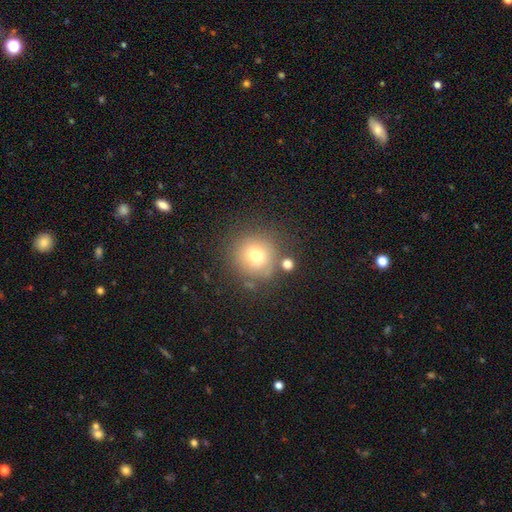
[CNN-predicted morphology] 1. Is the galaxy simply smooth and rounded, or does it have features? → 72% smooth, 15% star or artifact, 13% featured or disk.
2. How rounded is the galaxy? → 92% round, 7% in between, 1% cigar-shaped.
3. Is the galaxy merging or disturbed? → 77% none, 11% minor disturbance, 7% merger, 5% major disturbance.